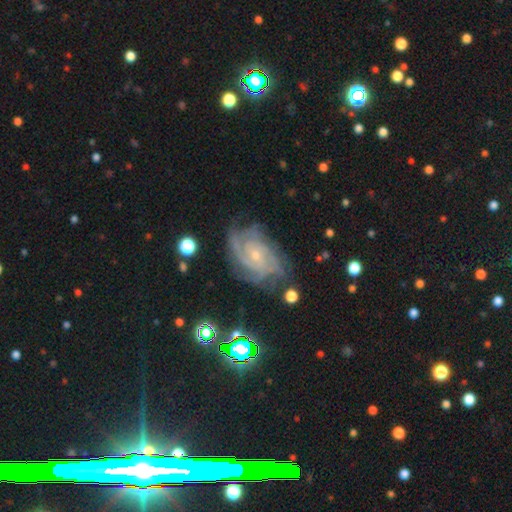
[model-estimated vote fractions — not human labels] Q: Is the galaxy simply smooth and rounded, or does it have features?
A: featured or disk — 85%.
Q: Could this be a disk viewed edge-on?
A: no — 97%.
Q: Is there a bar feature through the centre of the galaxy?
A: no — 69%.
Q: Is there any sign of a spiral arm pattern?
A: yes — 97%.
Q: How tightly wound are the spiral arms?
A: tight — 64%.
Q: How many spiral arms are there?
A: can't tell — 27%.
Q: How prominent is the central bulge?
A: small — 75%.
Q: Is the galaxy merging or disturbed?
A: none — 71%.